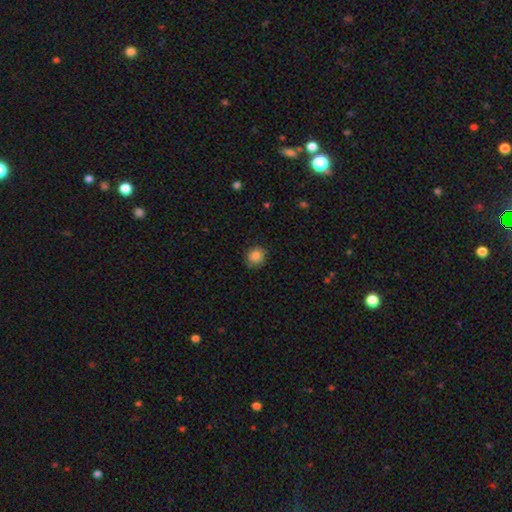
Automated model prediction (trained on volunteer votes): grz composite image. It shows a smooth galaxy with no disk features (86%) that is round (84%). Merging: none (84%).